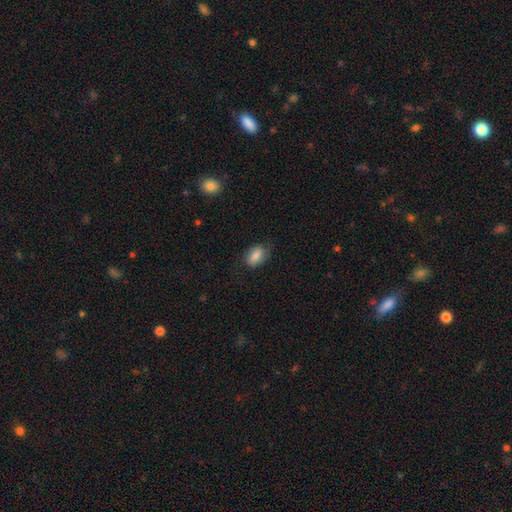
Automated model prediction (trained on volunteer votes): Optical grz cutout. It shows a smooth galaxy with no disk features (83%) that is in between round and cigar-shaped (87%). Merging: none (73%).